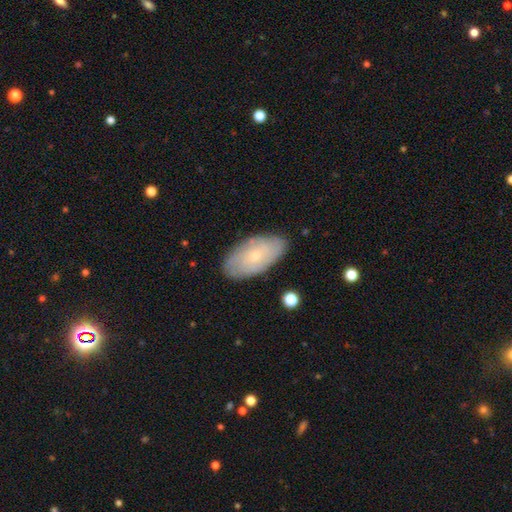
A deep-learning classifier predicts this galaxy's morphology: type=smooth (51%); roundness=in between (94%); merging=none (82%).